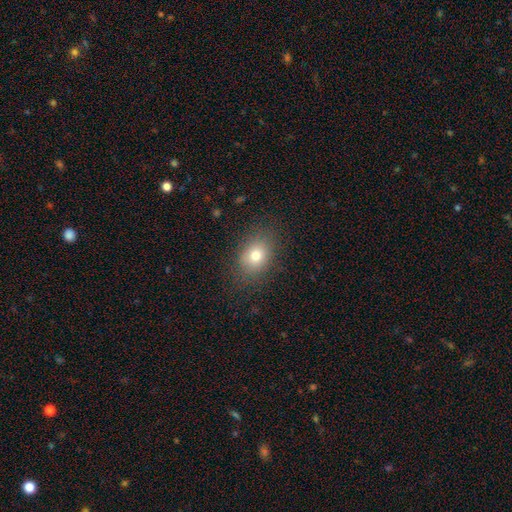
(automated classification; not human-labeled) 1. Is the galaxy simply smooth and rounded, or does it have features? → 76% smooth, 12% star or artifact, 11% featured or disk.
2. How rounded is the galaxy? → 62% in between, 37% round, 1% cigar-shaped.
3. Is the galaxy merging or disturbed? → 83% none, 11% minor disturbance, 5% major disturbance, 1% merger.